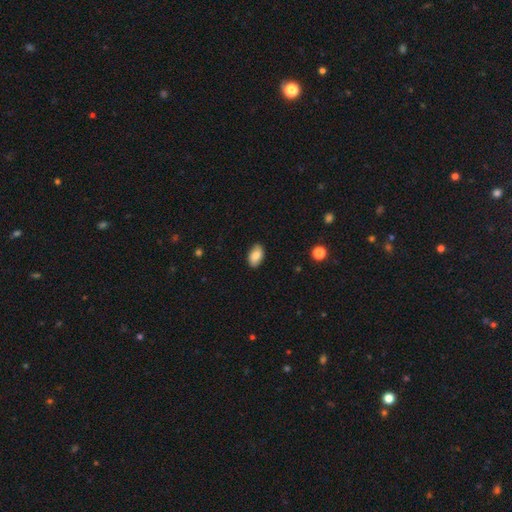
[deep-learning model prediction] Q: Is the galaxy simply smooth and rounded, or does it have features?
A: smooth — 84%.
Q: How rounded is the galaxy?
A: in between — 92%.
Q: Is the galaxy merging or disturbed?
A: none — 86%.